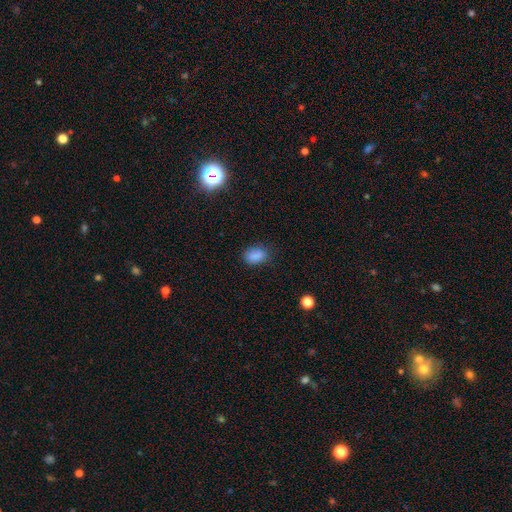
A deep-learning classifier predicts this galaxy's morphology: A smooth galaxy with no disk features (84%) that is in between round and cigar-shaped (80%).

Vote fractions:
- Smooth or featured? smooth: 84% / star or artifact: 11% / featured or disk: 5%
- How rounded? in between: 80% / round: 19% / cigar-shaped: 2%
- Merging? none: 76% / minor disturbance: 18% / major disturbance: 4% / merger: 2%